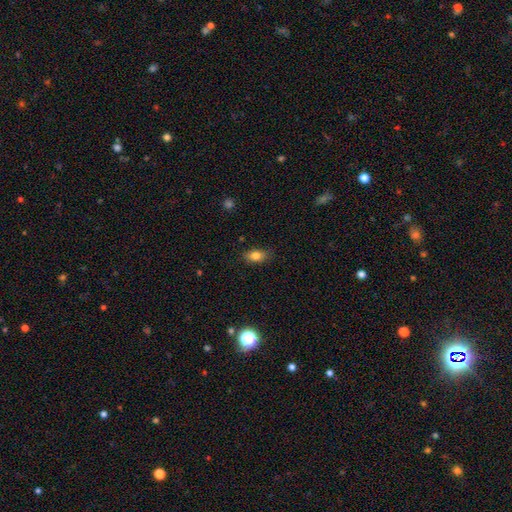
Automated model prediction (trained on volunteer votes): The model was most divided on "smooth or featured": smooth: 81%, featured or disk: 10%, star or artifact: 9%. More confident: how rounded — in between (86%); merging — none (84%).